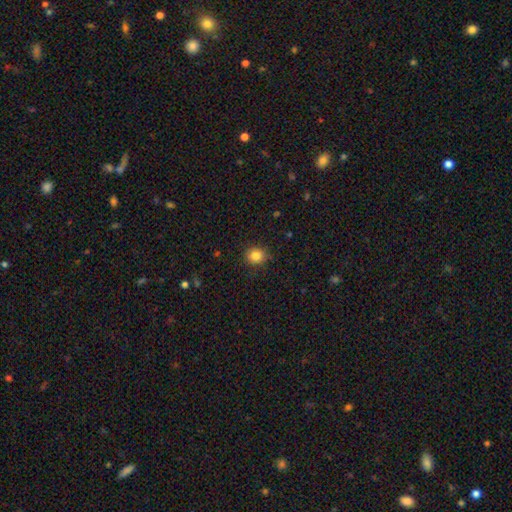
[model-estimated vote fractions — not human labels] Smooth or featured?
  - smooth: 84% *
  - star or artifact: 11%
  - featured or disk: 5%
How rounded?
  - round: 80% *
  - in between: 19%
  - cigar-shaped: 1%
Merging?
  - none: 87% *
  - minor disturbance: 10%
  - major disturbance: 3%
  - merger: 1%